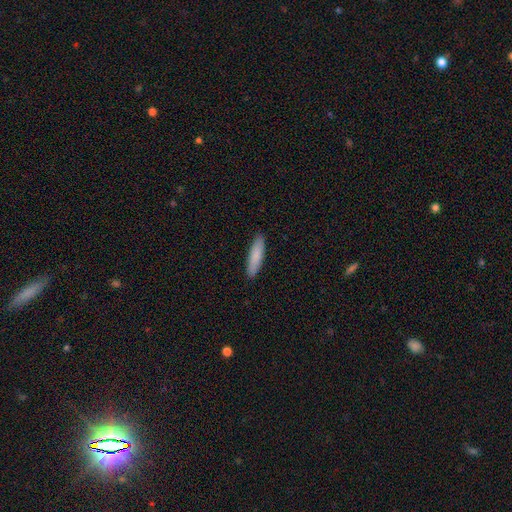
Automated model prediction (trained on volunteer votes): A smooth galaxy with no disk features (85%) that is cigar-shaped (77%). Merging: none (91%).